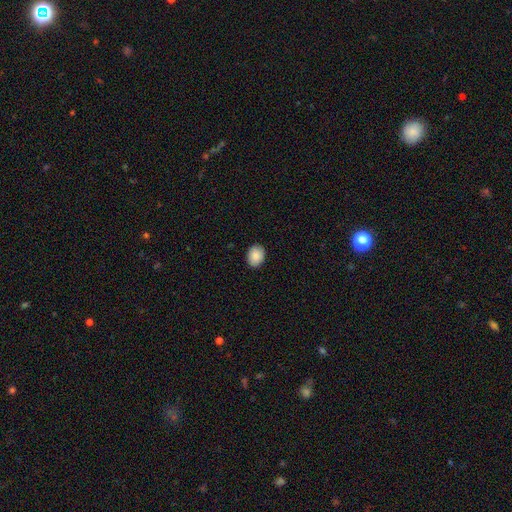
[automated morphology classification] Q: Smooth or featured?
A: smooth (89%); runner-up: star or artifact (7%)
Q: How rounded?
A: in between (62%); runner-up: round (37%)
Q: Merging?
A: none (89%); runner-up: minor disturbance (8%)